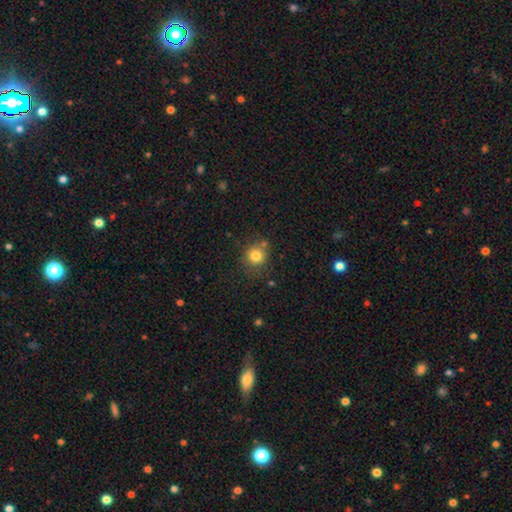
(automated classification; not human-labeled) smooth_or_featured: smooth (p=0.81) [alt: star or artifact p=0.12]
how_rounded: round (p=0.88) [alt: in between p=0.11]
merging: none (p=0.73) [alt: minor disturbance p=0.14]